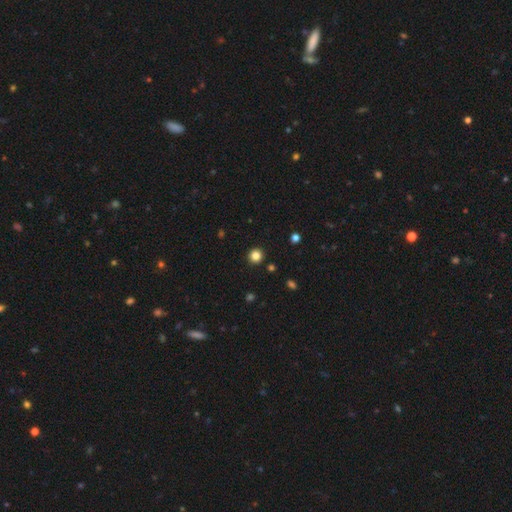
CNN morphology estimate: Smooth or featured? Predicted: smooth (p=0.84). How rounded? Predicted: round (p=0.95). Merging? Predicted: none (p=0.93).